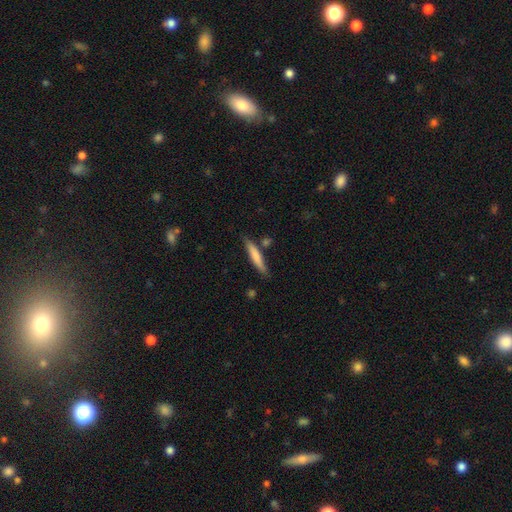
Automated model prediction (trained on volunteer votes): Overall: smooth (71%). How rounded: cigar-shaped (90%). Merging: none (76%).